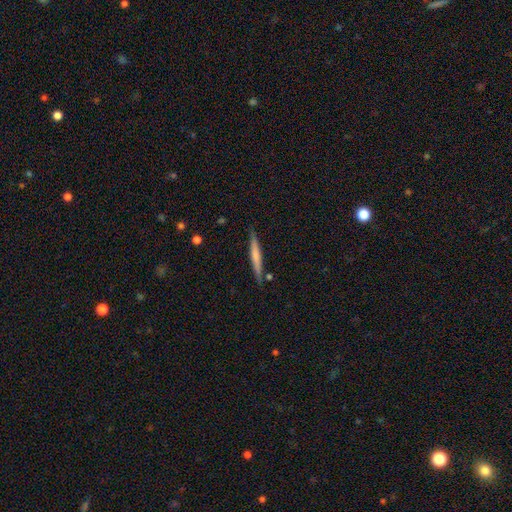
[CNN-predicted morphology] smooth_or_featured: smooth (p=0.52) [alt: featured or disk p=0.42]
how_rounded: cigar-shaped (p=0.95) [alt: in between p=0.03]
merging: none (p=0.86) [alt: minor disturbance p=0.10]